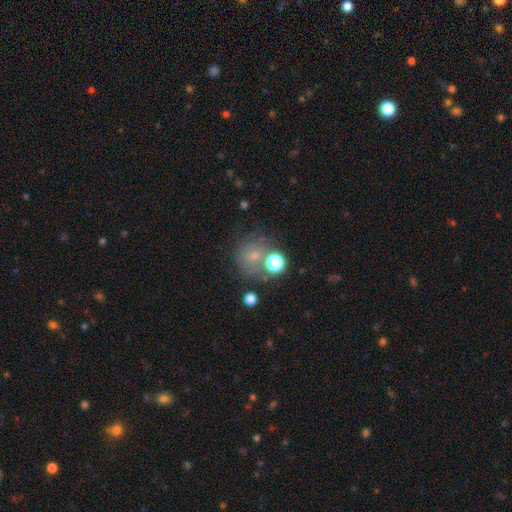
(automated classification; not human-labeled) A smooth galaxy with no disk features (55%) that is round (79%). Merging: none (53%).